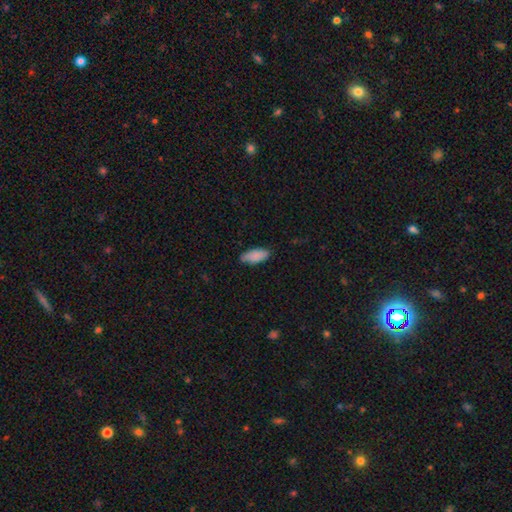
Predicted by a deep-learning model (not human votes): smooth_or_featured: smooth (p=0.87) [alt: featured or disk p=0.06]
how_rounded: in between (p=0.86) [alt: cigar-shaped p=0.12]
merging: none (p=0.79) [alt: minor disturbance p=0.17]